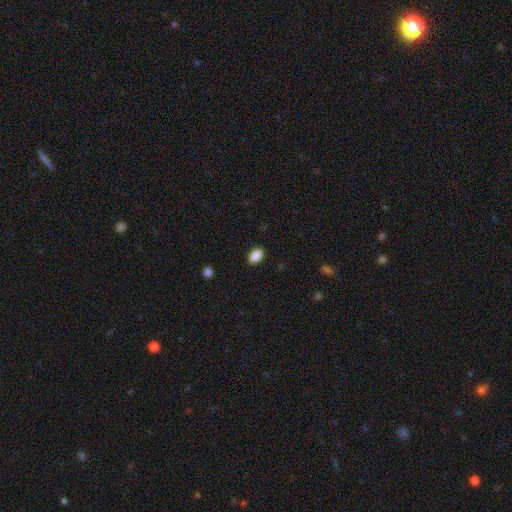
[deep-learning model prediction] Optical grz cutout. It shows a smooth galaxy with no disk features (87%) that is in between round and cigar-shaped (89%). Merging: none (88%).